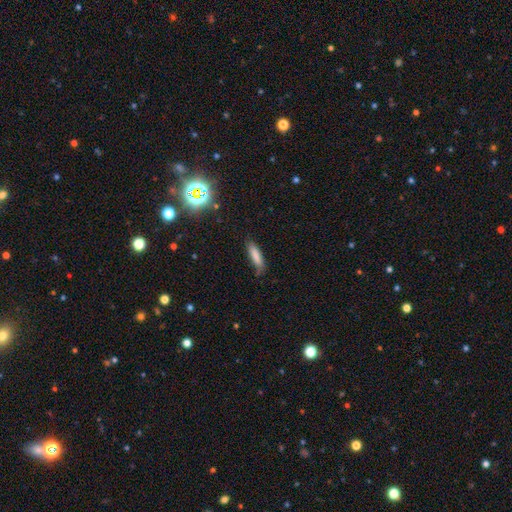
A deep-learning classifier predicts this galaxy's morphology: This appears to be a smooth galaxy with no disk features (81%) that is cigar-shaped (68%). Merging: none (64%).